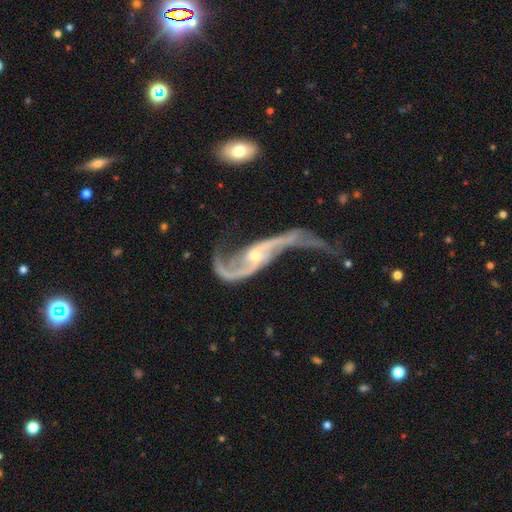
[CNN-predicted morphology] type=featured or disk (90%); edge-on=no (92%); bar=no (50%); spiral arms=yes (95%); winding=loose (86%); arm count=2 (91%); bulge=small (63%); merging=major disturbance (37%).